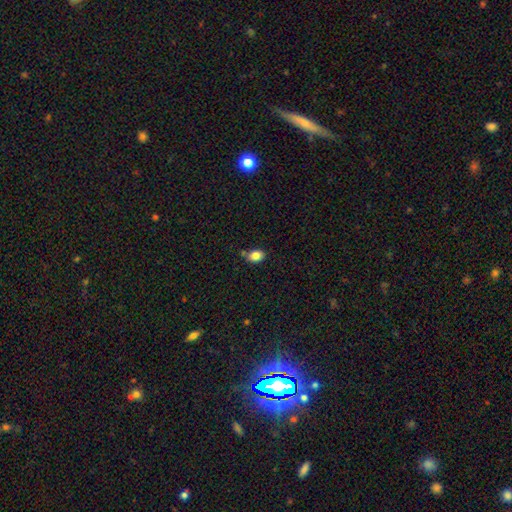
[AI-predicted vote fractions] Q: Smooth or featured?
A: smooth (84%); runner-up: star or artifact (9%)
Q: How rounded?
A: in between (71%); runner-up: round (28%)
Q: Merging?
A: none (73%); runner-up: minor disturbance (15%)